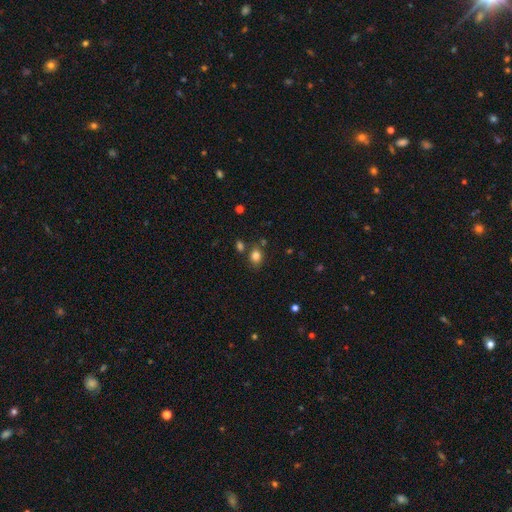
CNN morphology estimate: type=smooth (82%); roundness=round (50%); merging=none (71%).